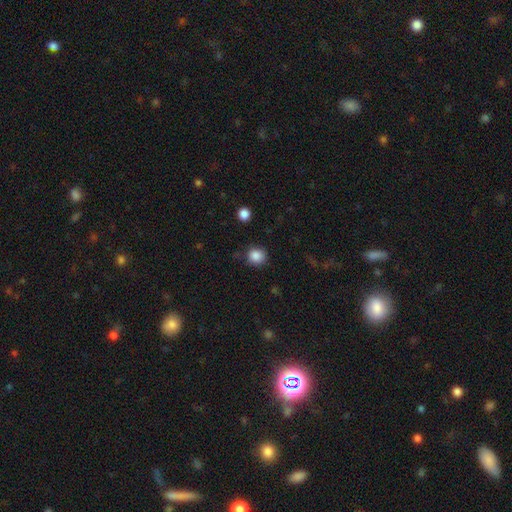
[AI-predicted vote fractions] The model was most divided on "merging": none: 84%, minor disturbance: 11%, major disturbance: 3%, merger: 2%. More confident: how rounded — round (87%); smooth or featured — smooth (86%).